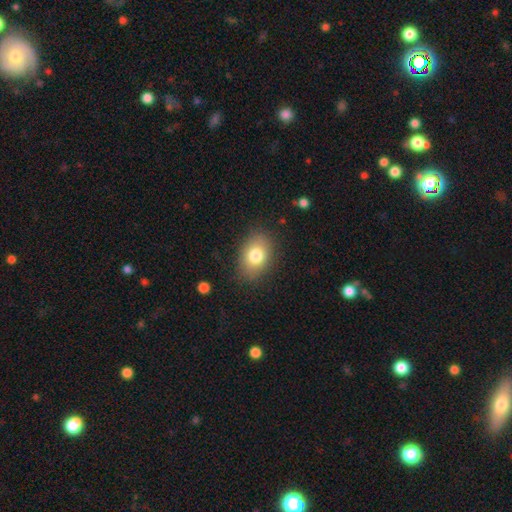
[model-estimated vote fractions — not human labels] smooth 78%, featured or disk 13%, star or artifact 9%. Down the decision tree: how rounded — in between (79%); merging — none (84%).